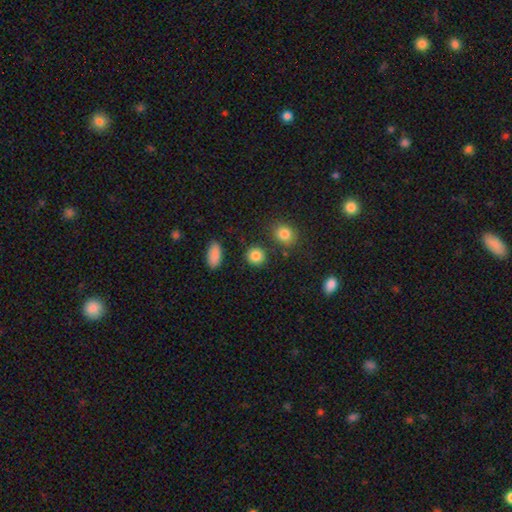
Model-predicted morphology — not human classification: A smooth galaxy with no disk features (86%) that is round (87%). Merging: none (86%).